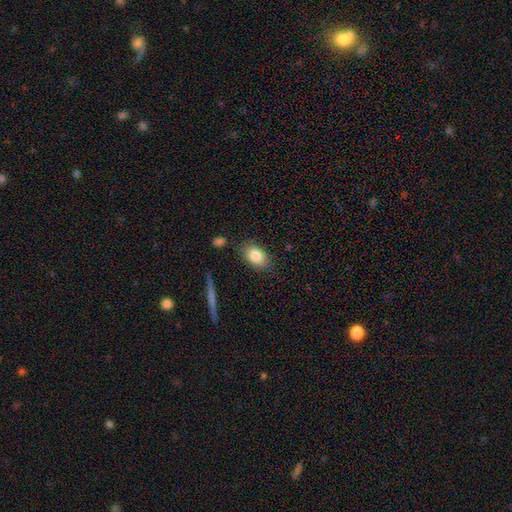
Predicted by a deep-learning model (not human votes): Q: Smooth or featured?
A: smooth (83%); runner-up: featured or disk (10%)
Q: How rounded?
A: in between (86%); runner-up: round (12%)
Q: Merging?
A: none (82%); runner-up: minor disturbance (12%)